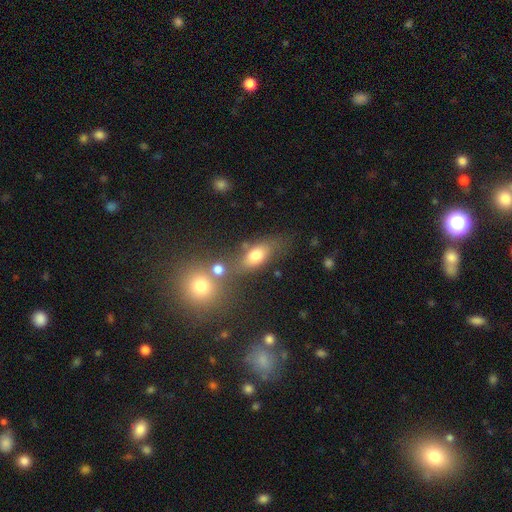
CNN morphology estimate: smooth 71%, featured or disk 17%, star or artifact 13%. Down the decision tree: how rounded — in between (71%); merging — none (54%).